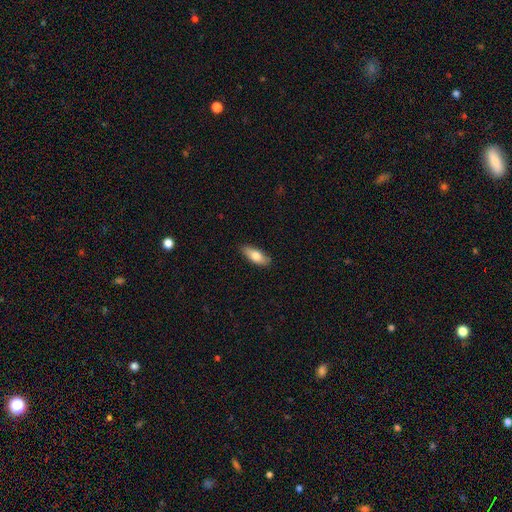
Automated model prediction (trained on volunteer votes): This appears to be a smooth galaxy with no disk features (78%) that is in between round and cigar-shaped (75%). Merging: none (85%).